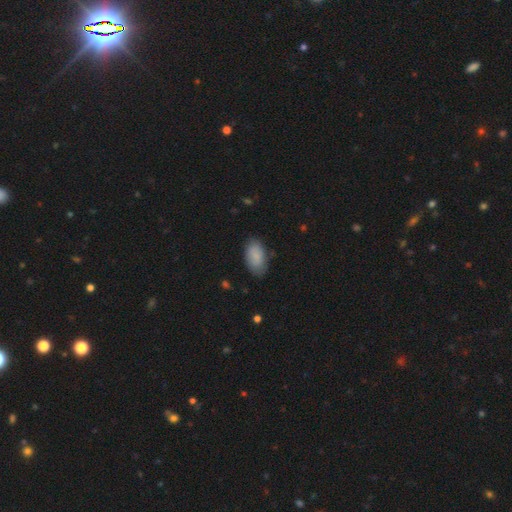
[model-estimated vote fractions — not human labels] Smooth or featured: smooth — 86% (featured or disk — 7%)
How rounded: in between — 94% (round — 3%)
Merging: none — 75% (minor disturbance — 19%)